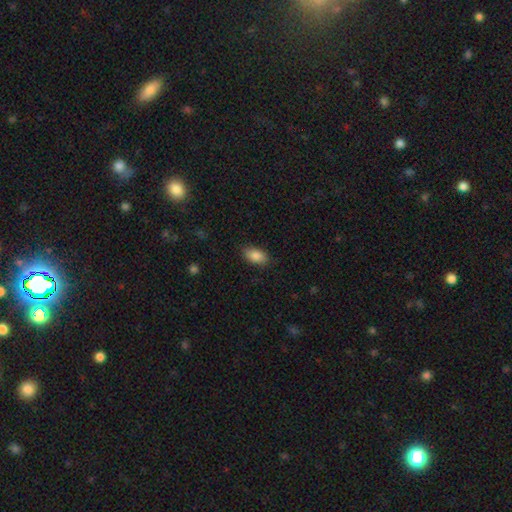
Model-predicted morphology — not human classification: Smooth or featured? Predicted: smooth (p=0.87). How rounded? Predicted: in between (p=0.92). Merging? Predicted: none (p=0.85).